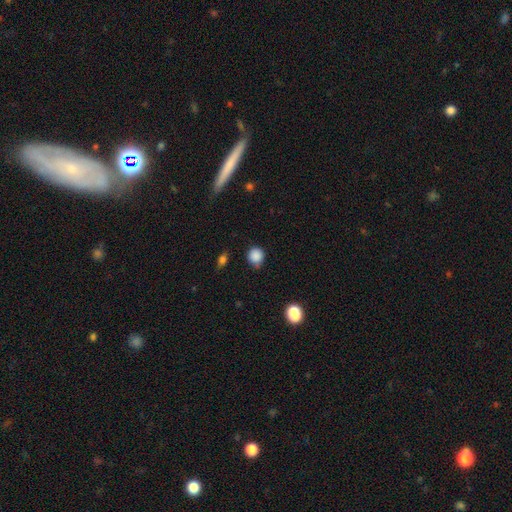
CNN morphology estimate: Overall: smooth (86%). How rounded: round (90%). Merging: none (73%).